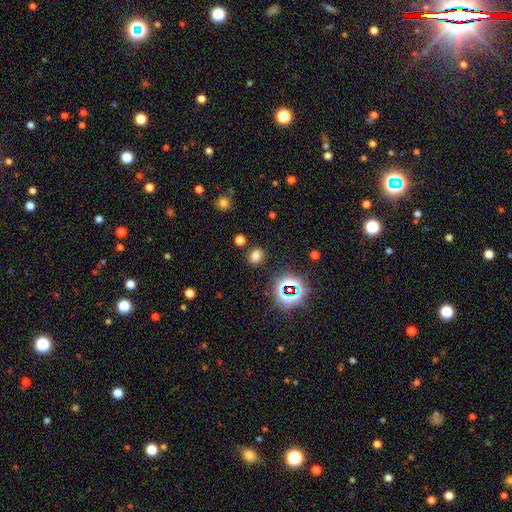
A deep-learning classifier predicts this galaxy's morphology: Smooth or featured: smooth — 67% (star or artifact — 26%)
How rounded: round — 55% (in between — 44%)
Merging: none — 82% (minor disturbance — 10%)